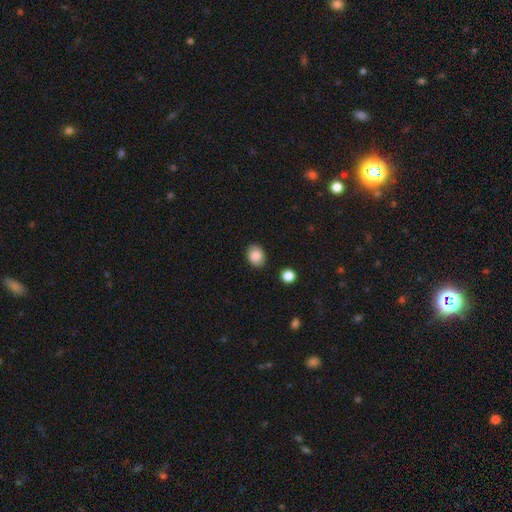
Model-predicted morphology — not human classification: A smooth galaxy with no disk features (86%) that is in between round and cigar-shaped (60%).

Vote fractions:
- Smooth or featured? smooth: 86% / star or artifact: 8% / featured or disk: 6%
- How rounded? in between: 60% / round: 39% / cigar-shaped: 1%
- Merging? none: 87% / minor disturbance: 9% / major disturbance: 2% / merger: 2%